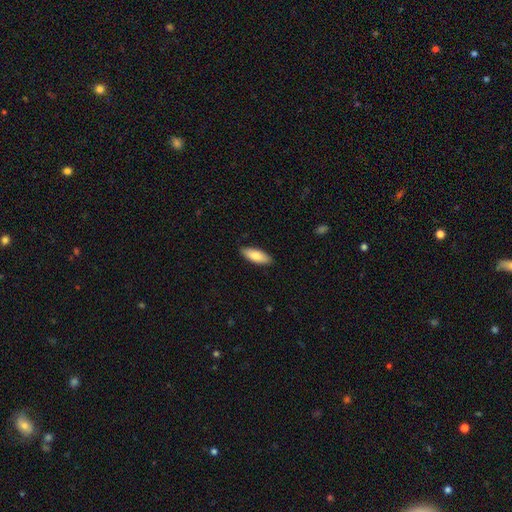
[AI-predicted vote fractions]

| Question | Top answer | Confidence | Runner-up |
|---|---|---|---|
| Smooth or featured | smooth | 81% | featured or disk (14%) |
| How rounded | in between | 71% | cigar-shaped (27%) |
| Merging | none | 88% | minor disturbance (9%) |